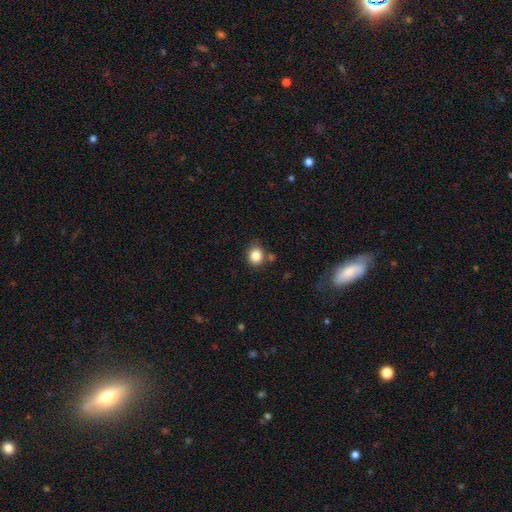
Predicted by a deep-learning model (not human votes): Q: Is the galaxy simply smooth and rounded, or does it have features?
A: smooth — 85%.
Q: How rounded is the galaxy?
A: round — 72%.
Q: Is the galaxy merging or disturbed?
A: none — 75%.